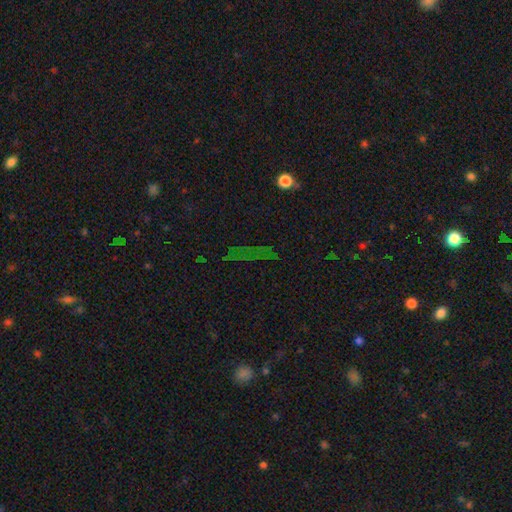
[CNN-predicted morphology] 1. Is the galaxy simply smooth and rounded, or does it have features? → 67% star or artifact, 21% smooth, 12% featured or disk.